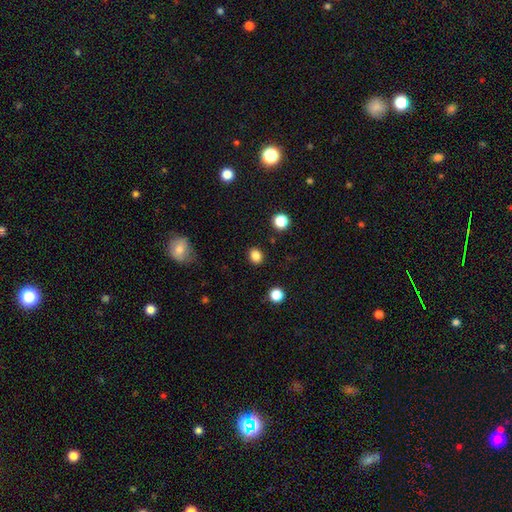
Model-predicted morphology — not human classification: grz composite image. It shows a smooth galaxy with no disk features (85%) that is round (66%). Merging: none (90%).